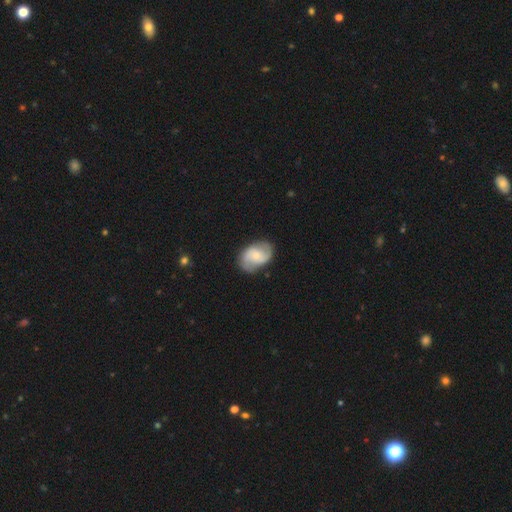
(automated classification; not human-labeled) This is likely a featured or disk galaxy (69%). It is clearly not viewed edge-on (97%). Bar: possibly no (59%). Spiral arm pattern: clearly yes (91%). Spiral arm count: clearly 2 (87%). Spiral winding: possibly medium (47%). Central bulge: possibly small (59%). Merging: likely none (78%).